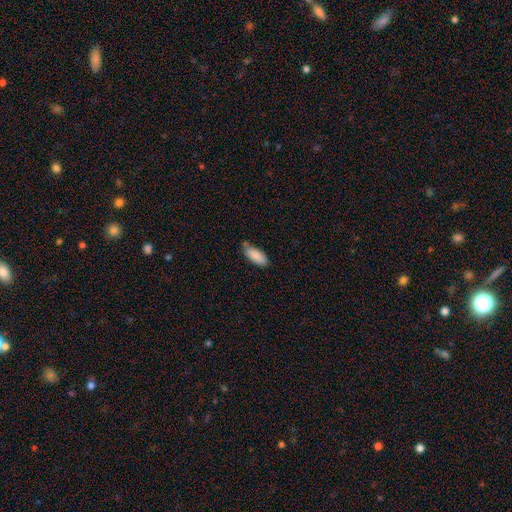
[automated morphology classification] A smooth galaxy with no disk features (87%) that is in between round and cigar-shaped (82%). Merging: none (63%).